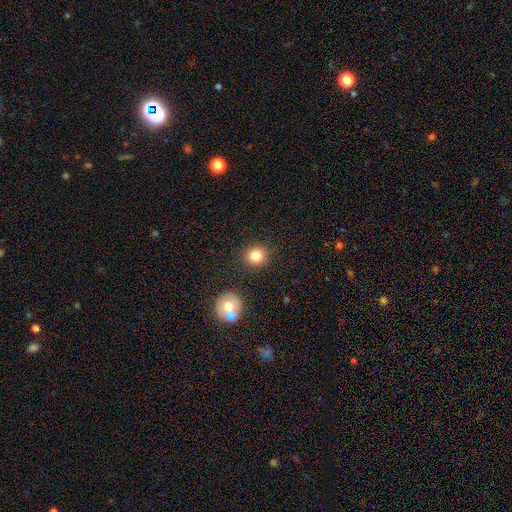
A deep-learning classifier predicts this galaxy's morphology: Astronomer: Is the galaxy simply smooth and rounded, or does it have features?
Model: smooth — 82%.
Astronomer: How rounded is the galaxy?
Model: round — 91%.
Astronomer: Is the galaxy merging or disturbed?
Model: none — 86%.